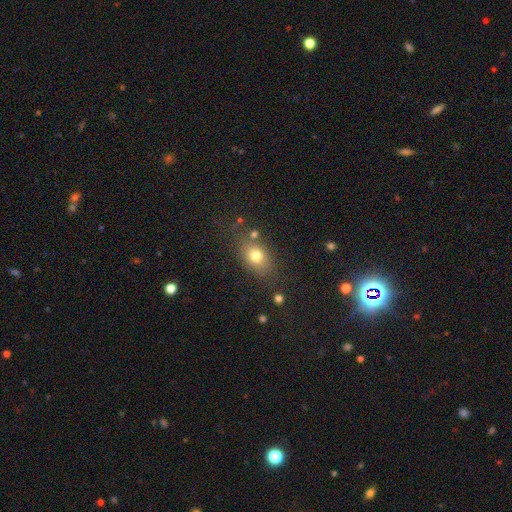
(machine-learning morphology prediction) Smooth or featured: smooth — 76% (star or artifact — 12%)
How rounded: in between — 67% (round — 31%)
Merging: none — 73% (minor disturbance — 16%)